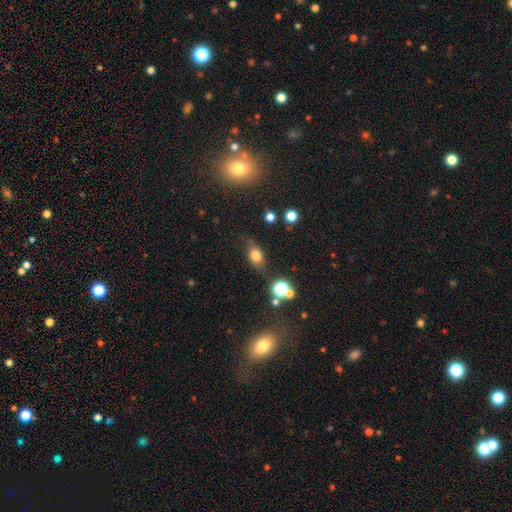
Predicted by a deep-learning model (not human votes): smooth_or_featured: smooth (p=0.72) [alt: featured or disk p=0.14]
how_rounded: in between (p=0.67) [alt: round p=0.30]
merging: none (p=0.66) [alt: minor disturbance p=0.23]